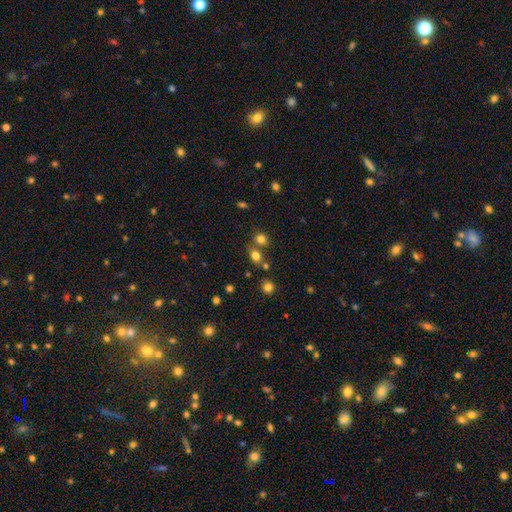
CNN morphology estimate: This is likely a smooth galaxy (75%). How rounded: possibly round (56%). Merging: possibly none (59%).